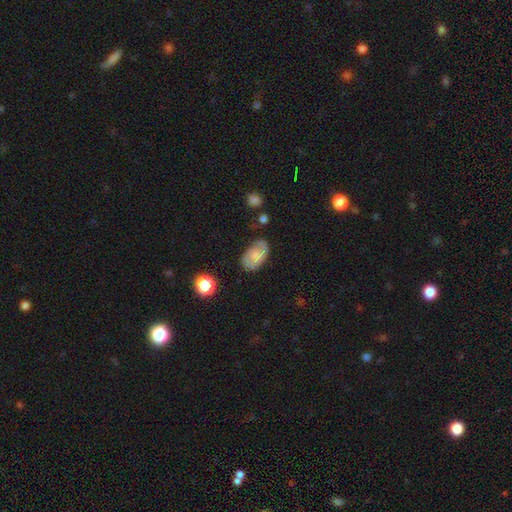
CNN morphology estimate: type=smooth (47%); merging=none (63%).